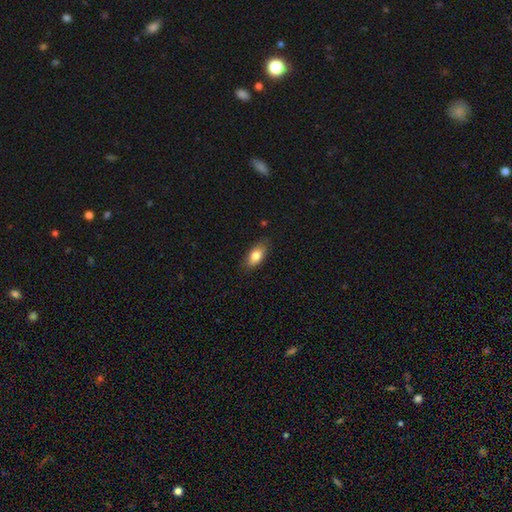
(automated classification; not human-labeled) The model was most divided on "merging": none: 83%, minor disturbance: 13%, major disturbance: 3%, merger: 1%. More confident: how rounded — in between (88%); smooth or featured — smooth (81%).